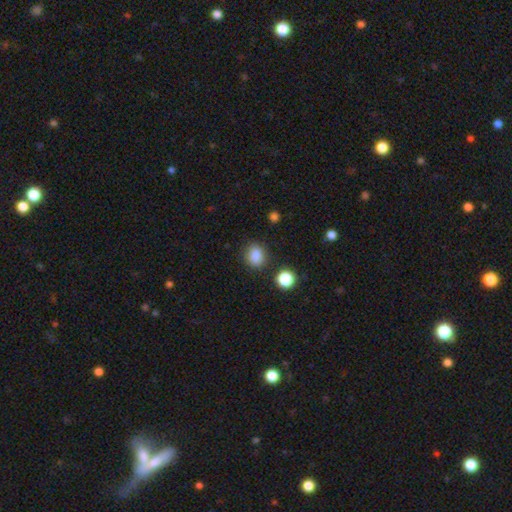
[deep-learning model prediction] A smooth galaxy with no disk features (85%) that is round (56%).

Vote fractions:
- Smooth or featured? smooth: 85% / star or artifact: 11% / featured or disk: 4%
- How rounded? round: 56% / in between: 43% / cigar-shaped: 1%
- Merging? none: 81% / minor disturbance: 12% / major disturbance: 4% / merger: 3%